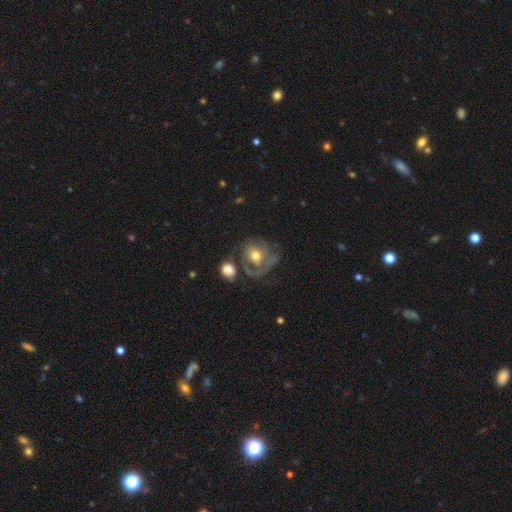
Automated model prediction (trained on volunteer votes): The model was most divided on "merging": none: 36%, major disturbance: 28%, minor disturbance: 19%, merger: 18%. More confident: edge-on disk — no (97%); bar — no (79%); bulge size — moderate (68%); spiral arms — yes (59%); smooth or featured — featured or disk (54%).